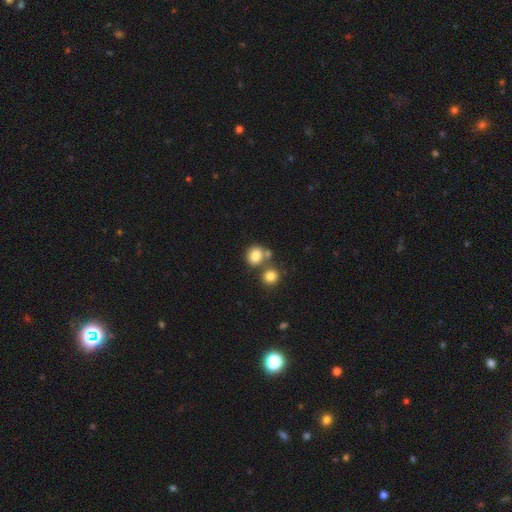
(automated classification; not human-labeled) smooth 81%, star or artifact 11%, featured or disk 8%. Down the decision tree: how rounded — round (65%); merging — none (52%).